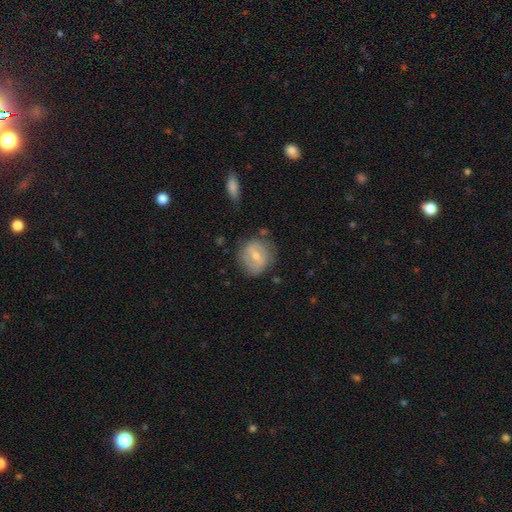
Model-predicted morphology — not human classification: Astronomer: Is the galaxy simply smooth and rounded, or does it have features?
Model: featured or disk — 52% (runner-up: smooth, 42%).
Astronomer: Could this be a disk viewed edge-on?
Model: no — 95%.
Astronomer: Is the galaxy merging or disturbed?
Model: none — 69%.